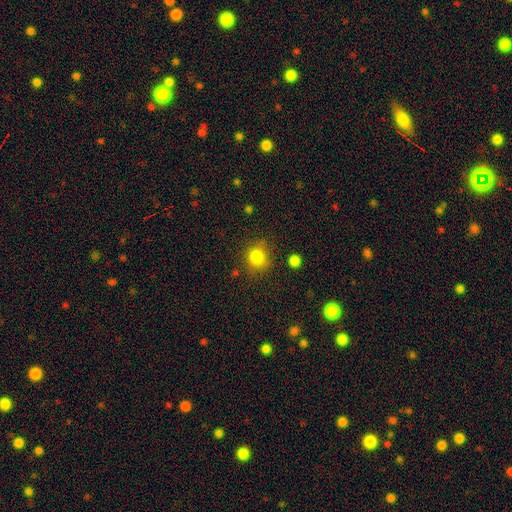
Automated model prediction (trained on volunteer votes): Q: Smooth or featured?
A: smooth (83%); runner-up: star or artifact (11%)
Q: How rounded?
A: round (78%); runner-up: in between (21%)
Q: Merging?
A: none (77%); runner-up: minor disturbance (15%)